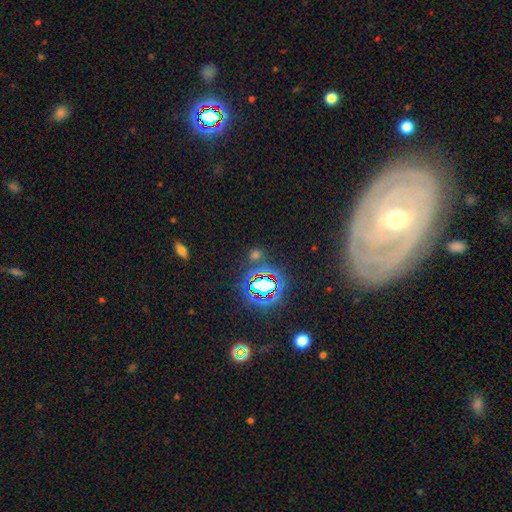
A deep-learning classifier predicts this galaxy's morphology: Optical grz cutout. It shows a star or artifact, not a galaxy (54%).